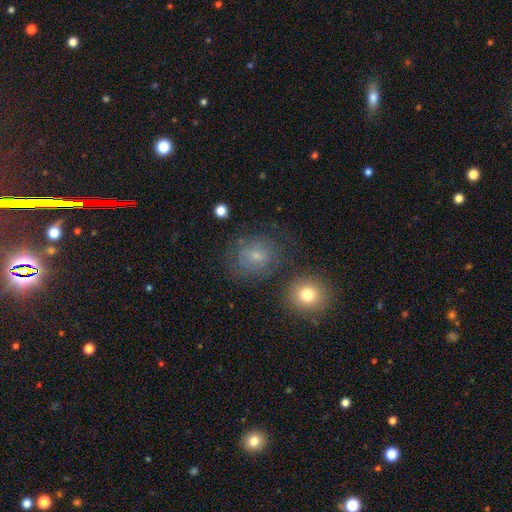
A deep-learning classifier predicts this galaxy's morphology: Smooth or featured? Predicted: smooth (p=0.51). How rounded? Predicted: round (p=0.60). Merging? Predicted: none (p=0.64).